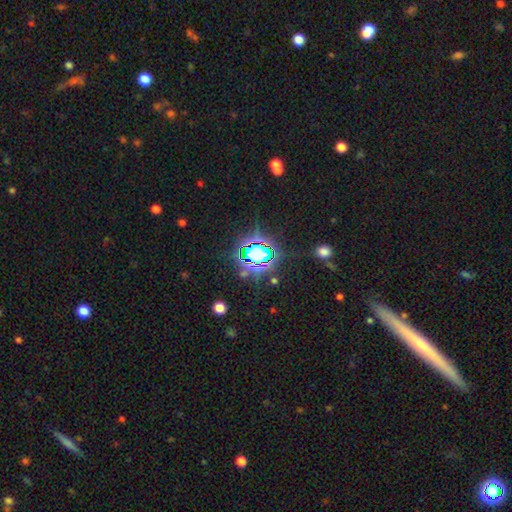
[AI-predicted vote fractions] star or artifact 77%, smooth 14%, featured or disk 9%.